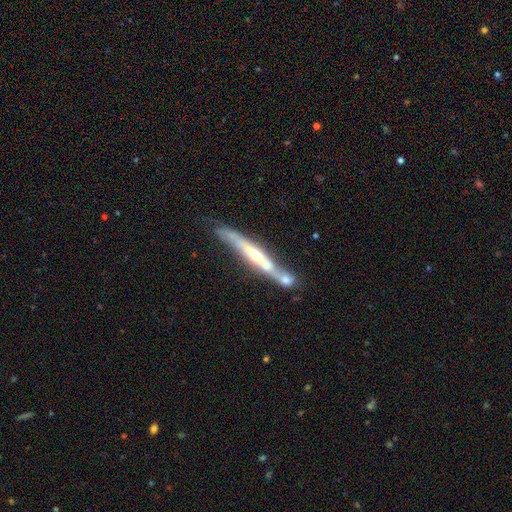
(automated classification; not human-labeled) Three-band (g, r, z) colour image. It shows a featured or disk galaxy (74%) viewed edge-on (91%) with a rounded central bulge (74%). Merging: none (55%).